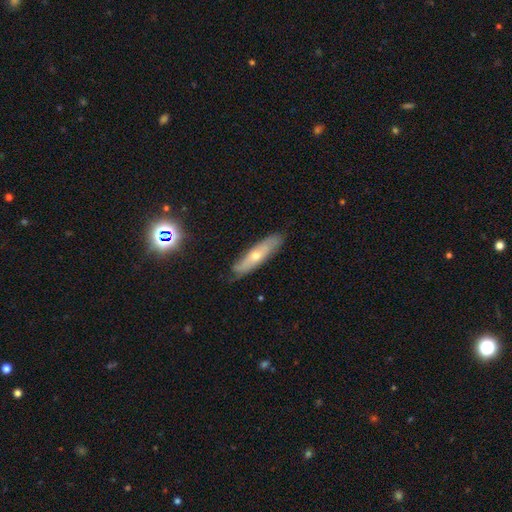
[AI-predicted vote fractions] Smooth or featured: featured or disk — 52% (smooth — 40%)
Edge-on disk: yes — 56% (no — 44%)
Merging: none — 79% (minor disturbance — 17%)